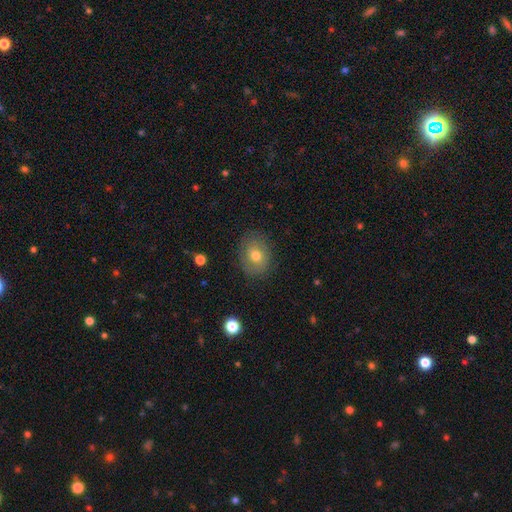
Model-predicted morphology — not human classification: type=smooth (70%); roundness=round (50%); merging=none (81%).